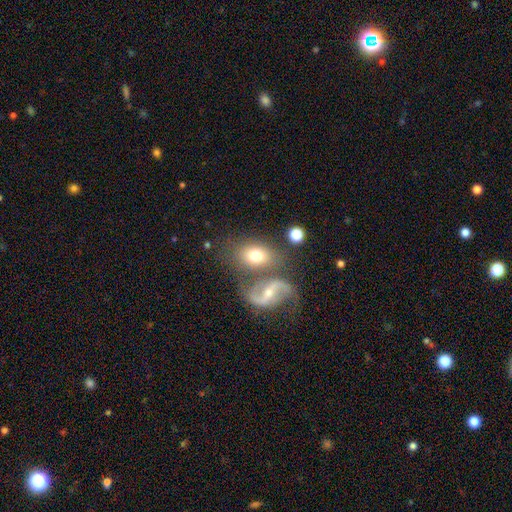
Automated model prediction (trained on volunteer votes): Q: Smooth or featured?
A: smooth (62%); runner-up: featured or disk (31%)
Q: How rounded?
A: in between (78%); runner-up: round (20%)
Q: Merging?
A: none (53%); runner-up: merger (27%)